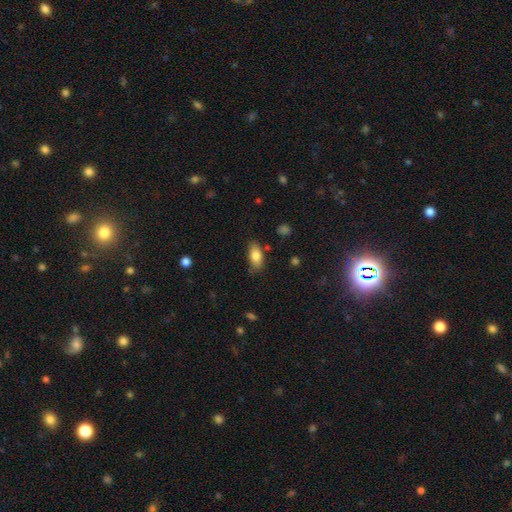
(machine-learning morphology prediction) Smooth or featured? Predicted: smooth (p=0.82). How rounded? Predicted: in between (p=0.89). Merging? Predicted: none (p=0.73).